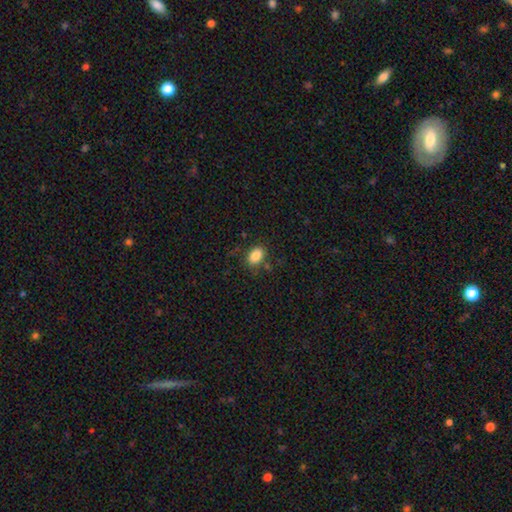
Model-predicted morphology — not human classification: Smooth or featured? Predicted: smooth (p=0.86). How rounded? Predicted: in between (p=0.84). Merging? Predicted: none (p=0.78).